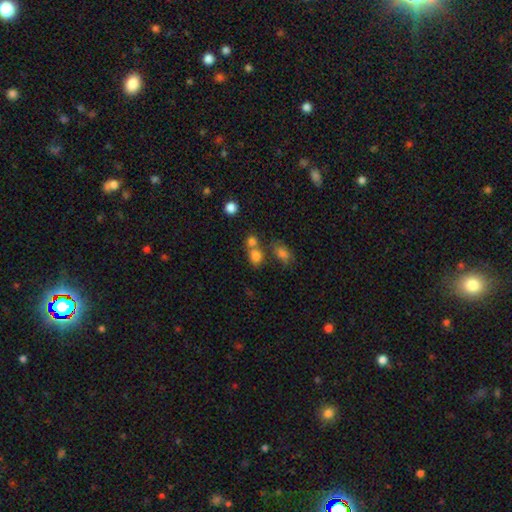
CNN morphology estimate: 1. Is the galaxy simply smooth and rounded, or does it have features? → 77% smooth, 14% star or artifact, 9% featured or disk.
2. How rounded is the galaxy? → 52% round, 46% in between, 2% cigar-shaped.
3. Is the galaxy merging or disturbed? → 43% none, 42% merger, 10% minor disturbance, 5% major disturbance.